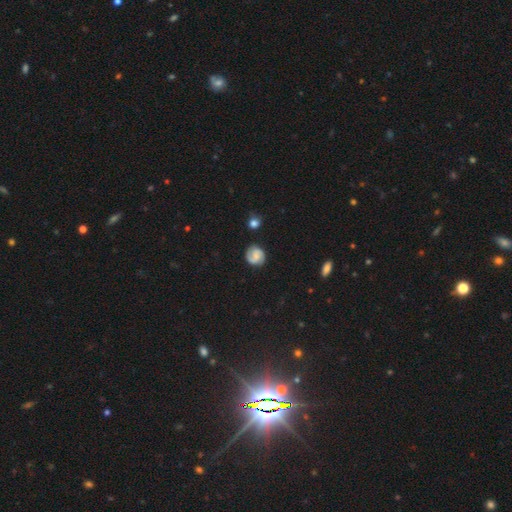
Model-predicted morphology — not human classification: Q: Smooth or featured?
A: featured or disk (53%); runner-up: smooth (39%)
Q: Edge-on disk?
A: no (98%); runner-up: yes (2%)
Q: Bar?
A: no (47%); runner-up: weak (42%)
Q: Spiral arms?
A: yes (91%); runner-up: no (9%)
Q: Bulge size?
A: small (42%); runner-up: moderate (29%)
Q: Merging?
A: none (81%); runner-up: minor disturbance (13%)